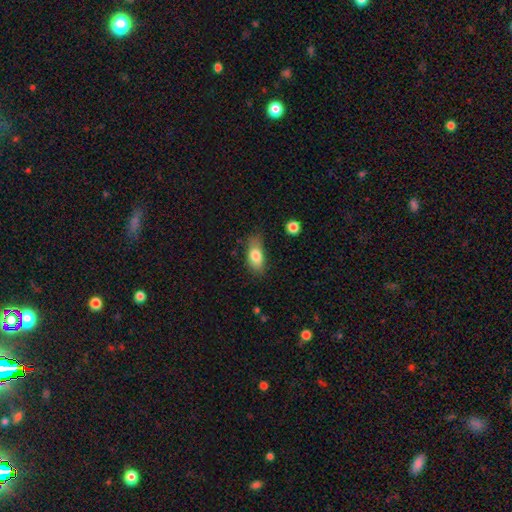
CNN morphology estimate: type=smooth (78%); roundness=in between (82%); merging=none (63%).